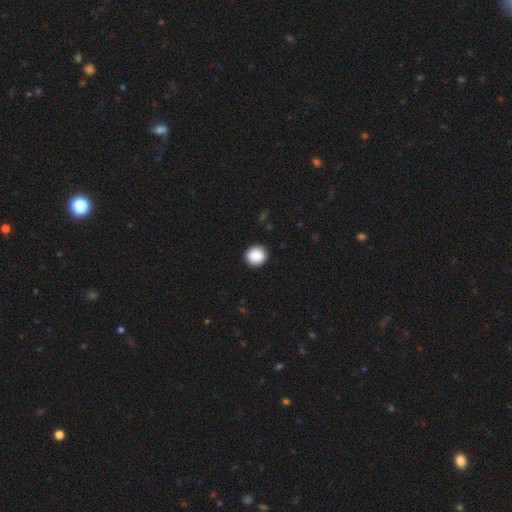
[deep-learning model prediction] smooth_or_featured: smooth (p=0.89) [alt: star or artifact p=0.08]
how_rounded: round (p=0.92) [alt: in between p=0.07]
merging: none (p=0.92) [alt: minor disturbance p=0.05]